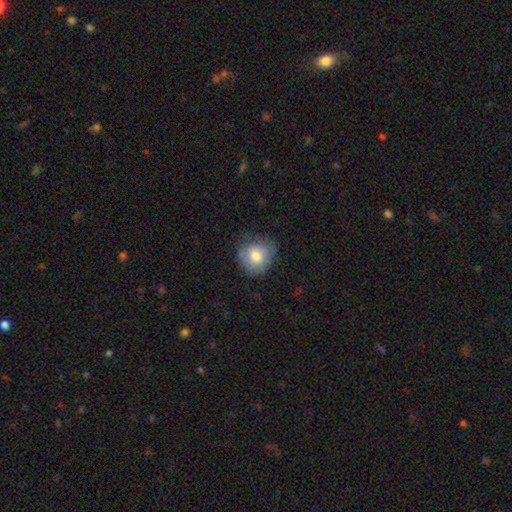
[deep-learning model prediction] Smooth or featured?
  - smooth: 75% *
  - featured or disk: 18%
  - star or artifact: 7%
How rounded?
  - round: 77% *
  - in between: 22%
  - cigar-shaped: 1%
Merging?
  - none: 64% *
  - minor disturbance: 27%
  - major disturbance: 8%
  - merger: 1%